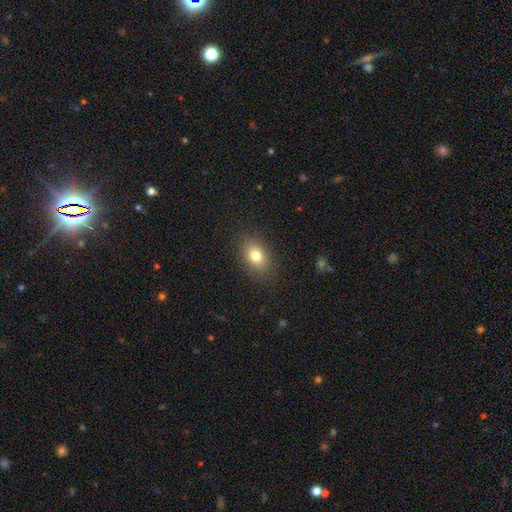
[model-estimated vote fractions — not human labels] Smooth or featured? Predicted: smooth (p=0.78). How rounded? Predicted: in between (p=0.75). Merging? Predicted: none (p=0.86).